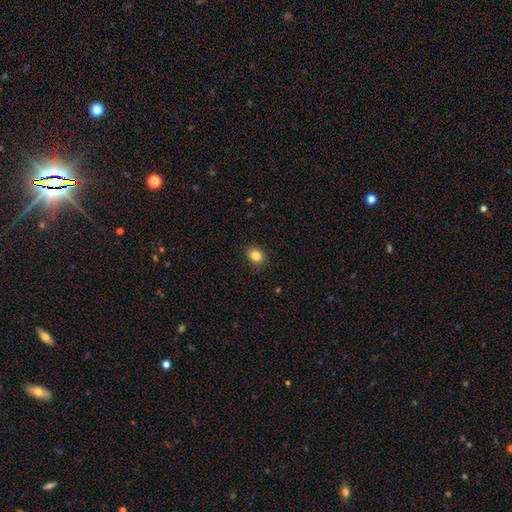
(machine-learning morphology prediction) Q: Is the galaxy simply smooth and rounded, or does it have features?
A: smooth — 85%.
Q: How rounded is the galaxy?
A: in between — 57%.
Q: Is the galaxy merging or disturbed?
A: none — 87%.